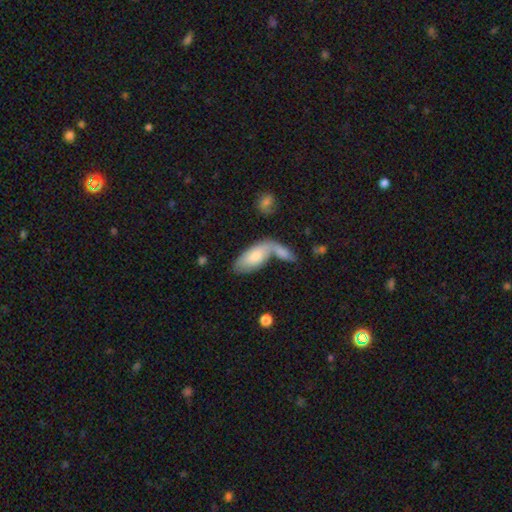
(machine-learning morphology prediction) type=smooth (72%); roundness=in between (88%); merging=merger (46%).